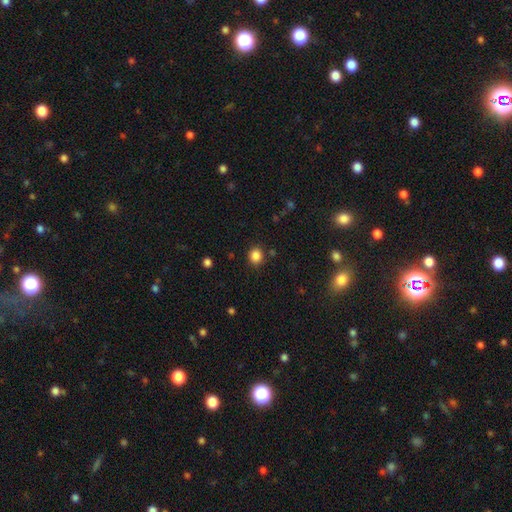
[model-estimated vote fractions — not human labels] A smooth galaxy with no disk features (85%) that is round (82%). Merging: none (85%).